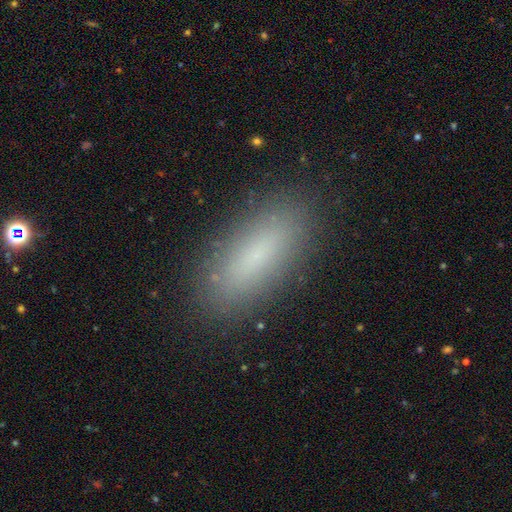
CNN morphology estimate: Overall: smooth (76%). How rounded: in between (69%; cigar-shaped 29%). Merging: none (87%).